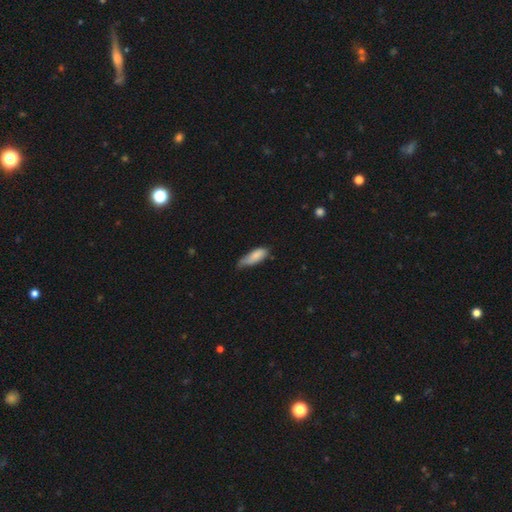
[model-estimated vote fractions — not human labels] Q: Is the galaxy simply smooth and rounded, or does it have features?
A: smooth — 82%.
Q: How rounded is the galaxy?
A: in between — 63%.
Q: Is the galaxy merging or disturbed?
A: minor disturbance — 47%.